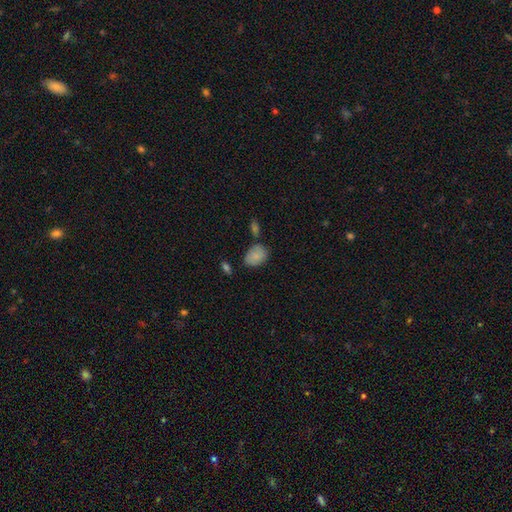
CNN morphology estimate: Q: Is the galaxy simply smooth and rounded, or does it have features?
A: smooth — 83%.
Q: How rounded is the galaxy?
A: in between — 78%.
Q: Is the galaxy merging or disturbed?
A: none — 65%.